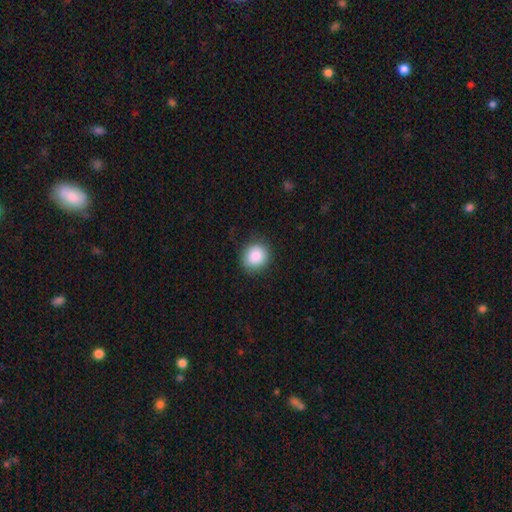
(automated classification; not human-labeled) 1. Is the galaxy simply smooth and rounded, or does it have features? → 87% smooth, 8% star or artifact, 4% featured or disk.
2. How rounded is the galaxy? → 78% round, 21% in between, 1% cigar-shaped.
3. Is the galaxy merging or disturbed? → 86% none, 11% minor disturbance, 3% major disturbance, 1% merger.